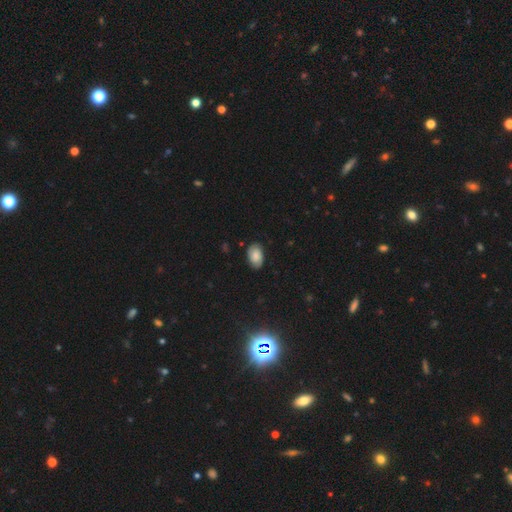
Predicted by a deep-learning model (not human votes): The model was most divided on "smooth or featured": smooth: 66%, featured or disk: 25%, star or artifact: 9%. More confident: how rounded — in between (91%); merging — none (81%).